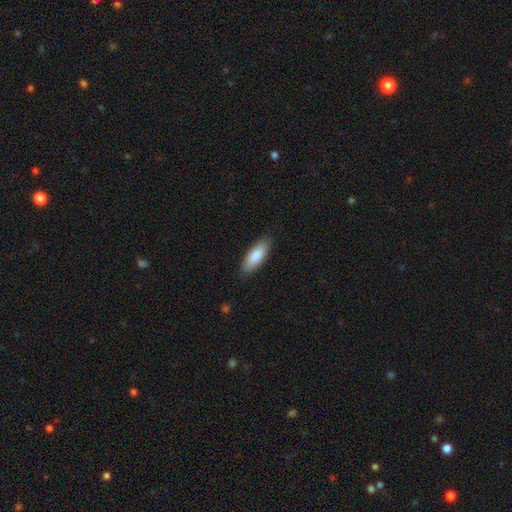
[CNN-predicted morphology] A smooth galaxy with no disk features (85%) that is in between round and cigar-shaped (71%).

Vote fractions:
- Smooth or featured? smooth: 85% / featured or disk: 10% / star or artifact: 5%
- How rounded? in between: 71% / cigar-shaped: 27% / round: 2%
- Merging? none: 86% / minor disturbance: 11% / major disturbance: 2% / merger: 1%